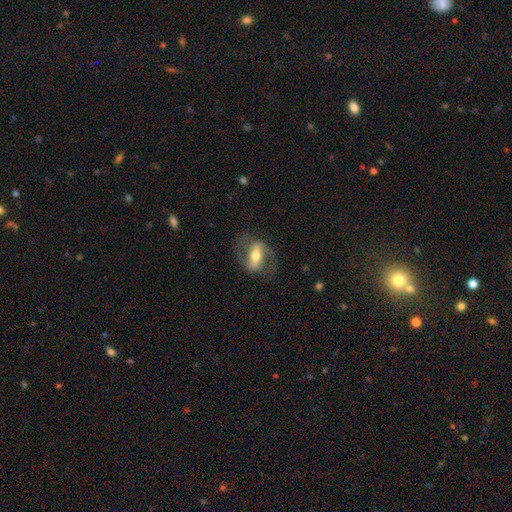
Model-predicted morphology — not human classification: smooth_or_featured: featured or disk (p=0.78) [alt: smooth p=0.16]
disk_edge_on: no (p=0.94) [alt: yes p=0.06]
bar: strong (p=0.57) [alt: weak p=0.29]
has_spiral_arms: yes (p=0.89) [alt: no p=0.11]
spiral_winding: medium (p=0.50) [alt: loose p=0.33]
spiral_arm_count: 2 (p=0.90) [alt: can't tell p=0.05]
bulge_size: moderate (p=0.66) [alt: small p=0.23]
merging: none (p=0.74) [alt: minor disturbance p=0.15]